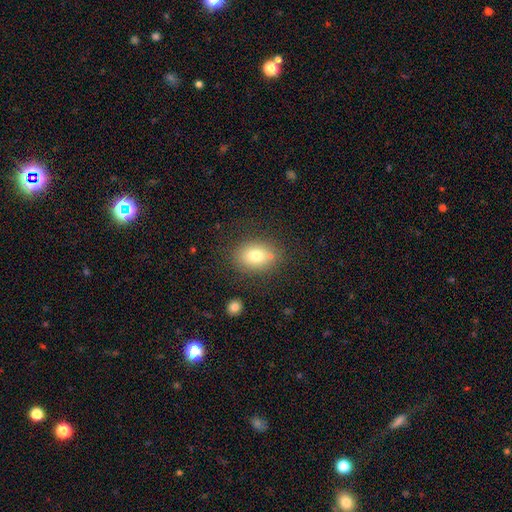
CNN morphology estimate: Smooth or featured: smooth — 78% (featured or disk — 13%)
How rounded: in between — 64% (round — 35%)
Merging: none — 76% (minor disturbance — 13%)